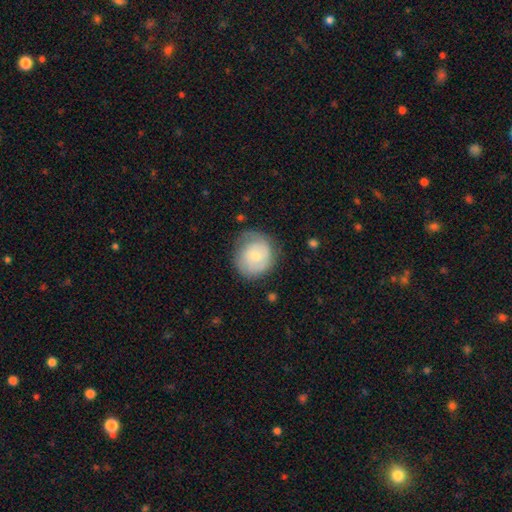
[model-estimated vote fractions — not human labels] Smooth or featured? smooth (53%)
How rounded? round (82%)
Merging? none (65%)